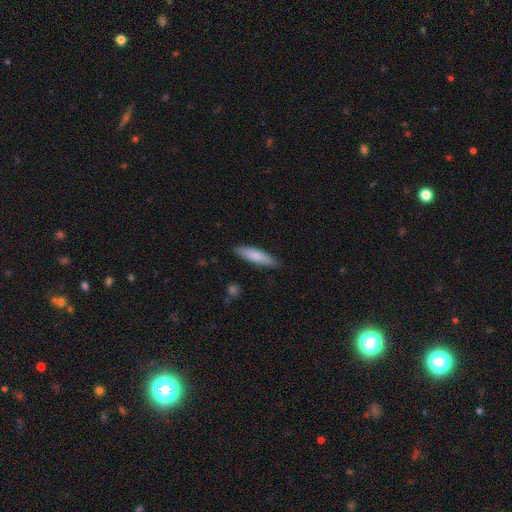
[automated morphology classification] Smooth or featured? smooth (78%)
How rounded? cigar-shaped (71%)
Merging? none (86%)